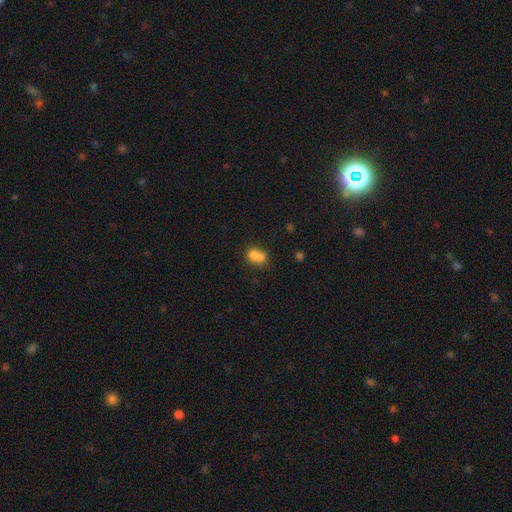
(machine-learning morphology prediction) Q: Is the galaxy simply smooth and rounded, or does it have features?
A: smooth — 75%.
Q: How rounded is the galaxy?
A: in between — 52%.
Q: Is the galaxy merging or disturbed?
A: merger — 54%.